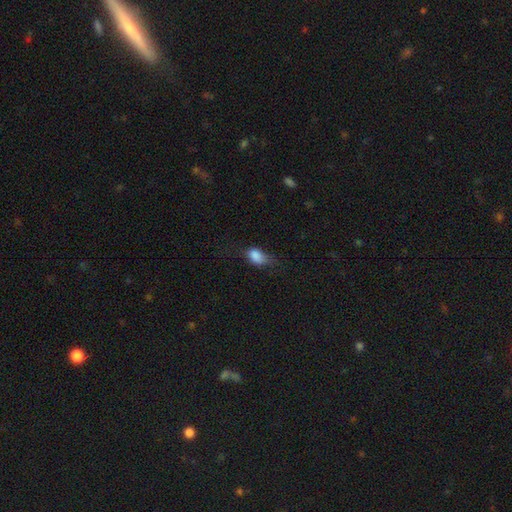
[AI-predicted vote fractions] Smooth or featured? Predicted: smooth (p=0.82). How rounded? Predicted: in between (p=0.83). Merging? Predicted: minor disturbance (p=0.37).